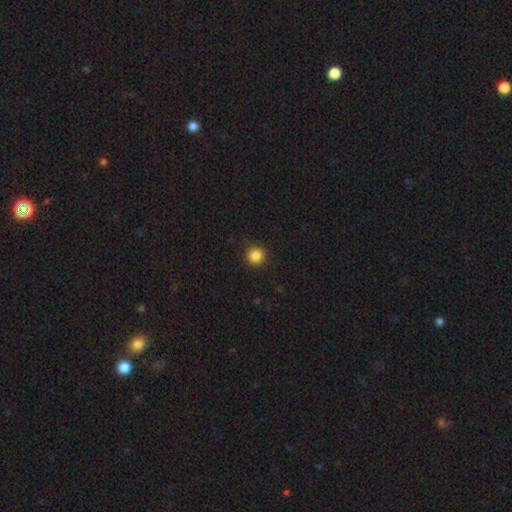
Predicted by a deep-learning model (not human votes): Smooth or featured? Predicted: smooth (p=0.85). How rounded? Predicted: round (p=0.94). Merging? Predicted: none (p=0.90).